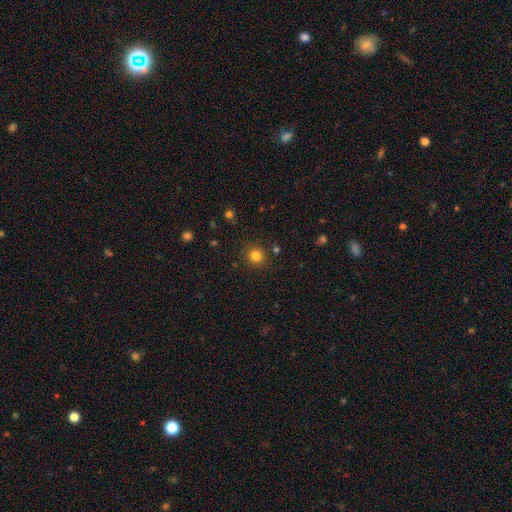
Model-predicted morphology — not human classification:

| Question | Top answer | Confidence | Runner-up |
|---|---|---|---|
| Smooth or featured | smooth | 82% | star or artifact (13%) |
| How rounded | round | 92% | in between (7%) |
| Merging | none | 88% | minor disturbance (7%) |